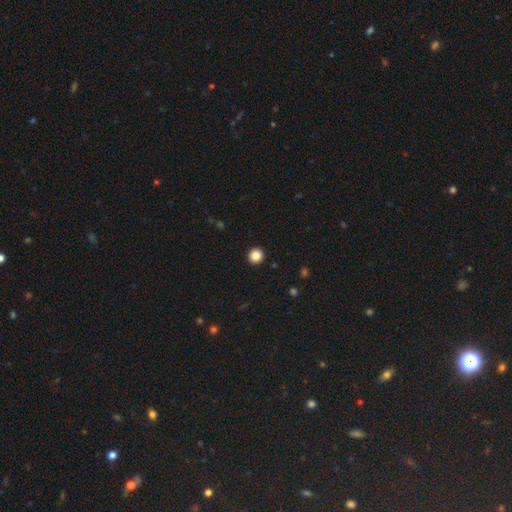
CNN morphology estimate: The model was most divided on "smooth or featured": smooth: 85%, star or artifact: 11%, featured or disk: 4%. More confident: how rounded — round (95%); merging — none (94%).